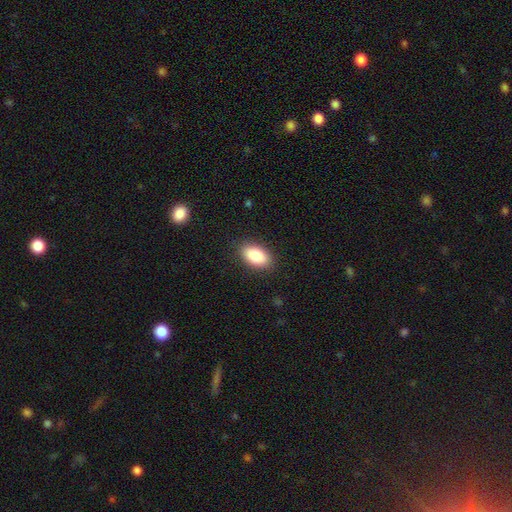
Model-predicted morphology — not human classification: A smooth galaxy with no disk features (85%) that is in between round and cigar-shaped (92%).

Vote fractions:
- Smooth or featured? smooth: 85% / featured or disk: 8% / star or artifact: 7%
- How rounded? in between: 92% / round: 5% / cigar-shaped: 3%
- Merging? none: 88% / minor disturbance: 9% / major disturbance: 2% / merger: 1%